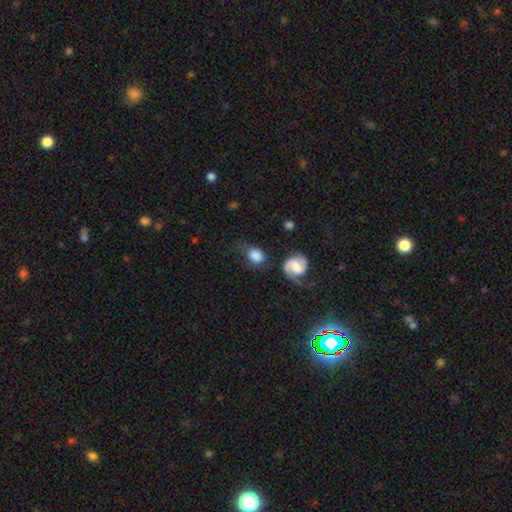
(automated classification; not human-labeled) Smooth or featured? smooth (74%)
How rounded? in between (60%)
Merging? none (50%)